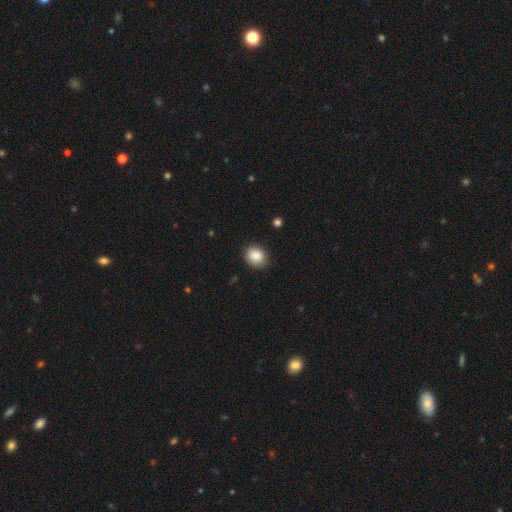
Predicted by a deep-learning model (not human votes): Smooth or featured?
  - smooth: 87% *
  - star or artifact: 8%
  - featured or disk: 4%
How rounded?
  - round: 60% *
  - in between: 39%
  - cigar-shaped: 1%
Merging?
  - none: 84% *
  - minor disturbance: 12%
  - major disturbance: 3%
  - merger: 1%